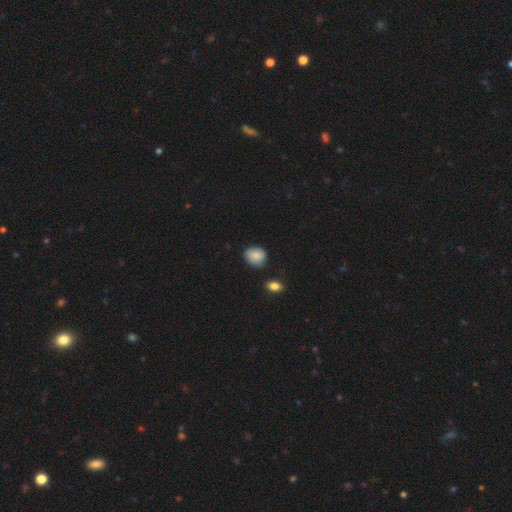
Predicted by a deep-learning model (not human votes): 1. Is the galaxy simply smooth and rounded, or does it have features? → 87% smooth, 8% star or artifact, 6% featured or disk.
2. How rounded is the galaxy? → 63% round, 36% in between, 1% cigar-shaped.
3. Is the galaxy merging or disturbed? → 75% none, 19% minor disturbance, 3% major disturbance, 2% merger.